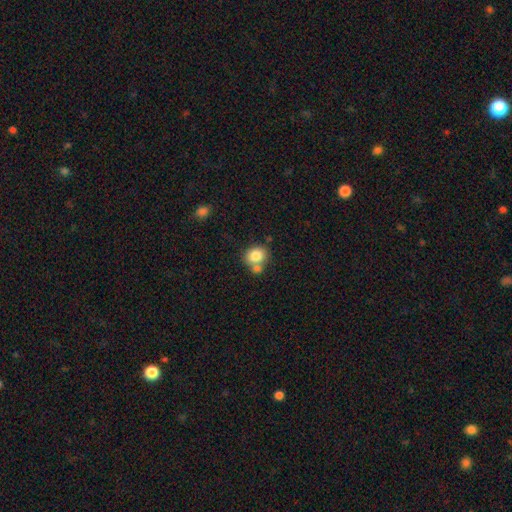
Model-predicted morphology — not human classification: smooth_or_featured: smooth (p=0.81) [alt: featured or disk p=0.10]
how_rounded: round (p=0.63) [alt: in between p=0.37]
merging: none (p=0.52) [alt: merger p=0.32]